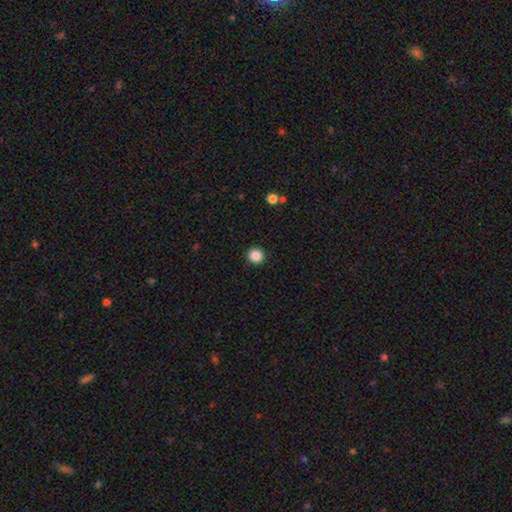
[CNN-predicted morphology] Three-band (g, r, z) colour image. It shows a smooth galaxy with no disk features (86%) that is round (93%). Merging: none (93%).